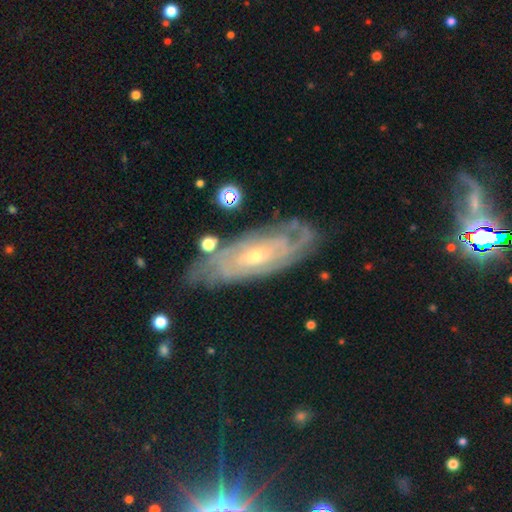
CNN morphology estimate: Smooth or featured?
  - featured or disk: 81% *
  - smooth: 11%
  - star or artifact: 7%
Edge-on disk?
  - no: 86% *
  - yes: 14%
Bar?
  - no: 65% *
  - weak: 28%
  - strong: 7%
Spiral arms?
  - yes: 90% *
  - no: 10%
Spiral winding?
  - tight: 76% *
  - medium: 19%
  - loose: 5%
Spiral arm count?
  - can't tell: 58% *
  - 2: 17%
  - 3: 9%
  - 4: 7%
  - more than 4: 5%
  - 1: 4%
Bulge size?
  - small: 63% *
  - moderate: 34%
  - large: 1%
  - none: 1%
  - dominant: 1%
Merging?
  - none: 73% *
  - minor disturbance: 19%
  - major disturbance: 6%
  - merger: 3%